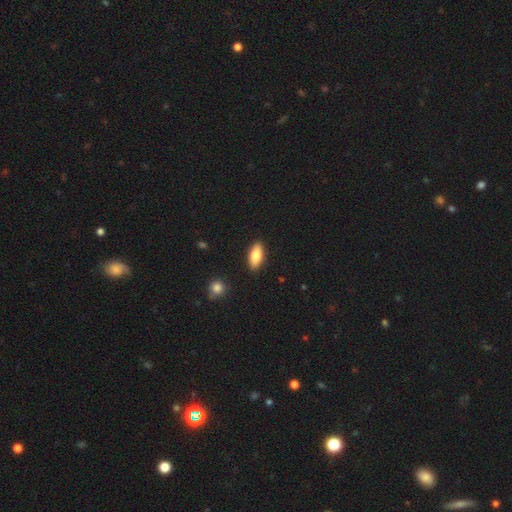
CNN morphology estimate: smooth 79%, featured or disk 14%, star or artifact 6%. Down the decision tree: how rounded — in between (84%); merging — none (89%).